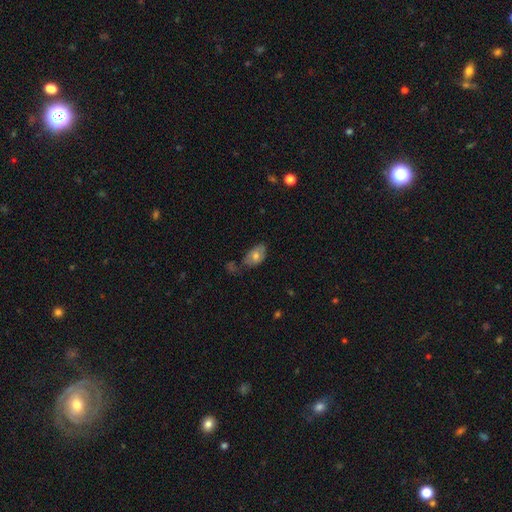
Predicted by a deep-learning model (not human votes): A smooth galaxy with no disk features (68%) that is in between round and cigar-shaped (91%).

Vote fractions:
- Smooth or featured? smooth: 68% / featured or disk: 25% / star or artifact: 8%
- How rounded? in between: 91% / round: 7% / cigar-shaped: 2%
- Merging? none: 50% / minor disturbance: 31% / major disturbance: 10% / merger: 9%